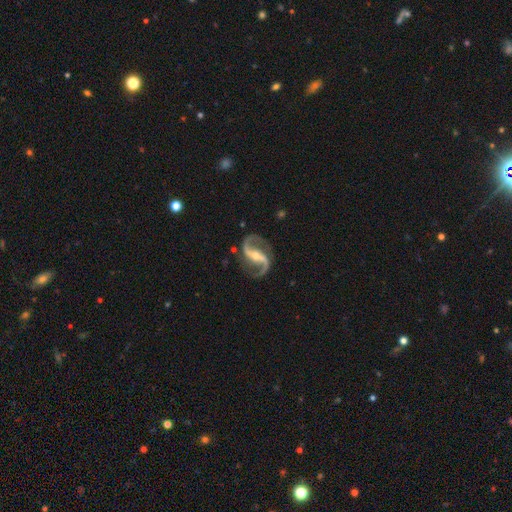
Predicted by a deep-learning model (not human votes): Smooth or featured? featured or disk (94%)
Edge-on disk? no (98%)
Bar? strong (52%)
Spiral arms? yes (98%)
Spiral winding? loose (46%)
Spiral arm count? 2 (94%)
Bulge size? small (54%)
Merging? none (82%)